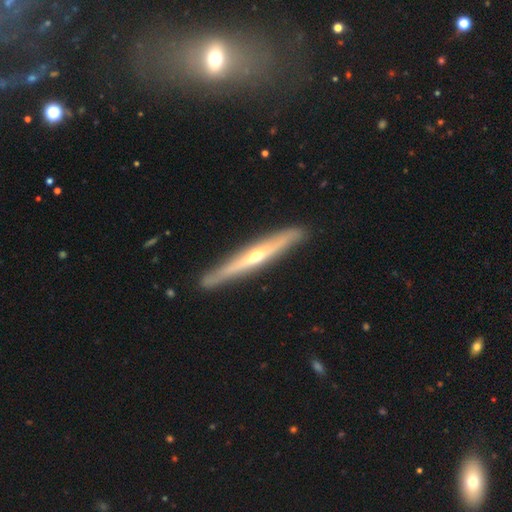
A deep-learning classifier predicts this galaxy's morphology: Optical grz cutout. It shows a featured or disk galaxy (73%) viewed edge-on (94%) with a rounded central bulge (84%). Merging: none (89%).